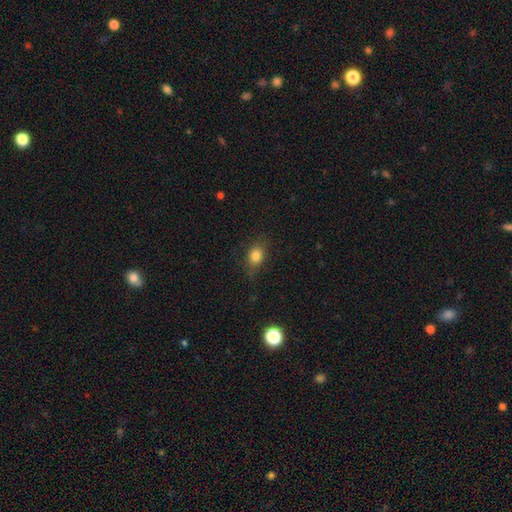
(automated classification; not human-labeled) smooth 81%, star or artifact 11%, featured or disk 8%. Down the decision tree: how rounded — in between (62%); merging — none (77%).